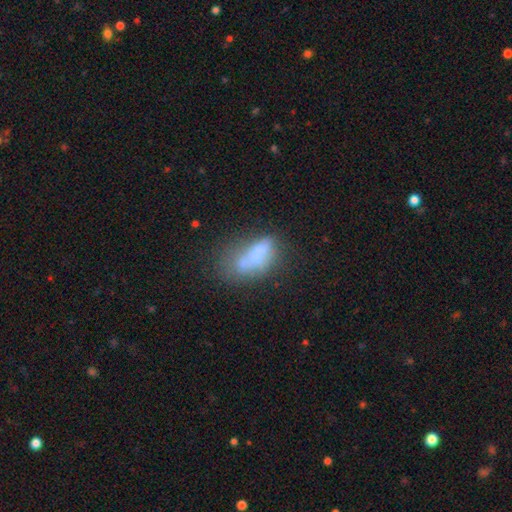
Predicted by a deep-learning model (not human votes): The model was most divided on "merging": none: 28%, merger: 27%, major disturbance: 24%, minor disturbance: 21%. Remaining: smooth or featured — smooth (49%).